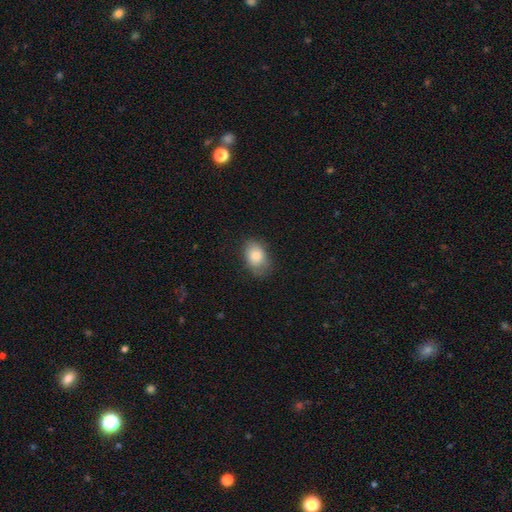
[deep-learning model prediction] Overall: smooth (83%). How rounded: in between (80%). Merging: none (73%).